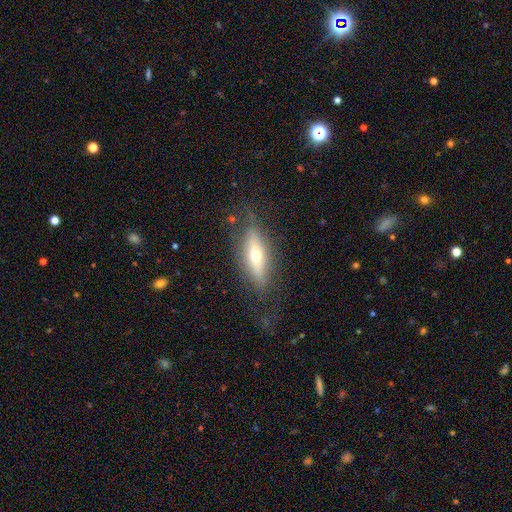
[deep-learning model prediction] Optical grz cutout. It shows a featured or disk galaxy (52%) viewed edge-on (72%). Merging: none (74%).